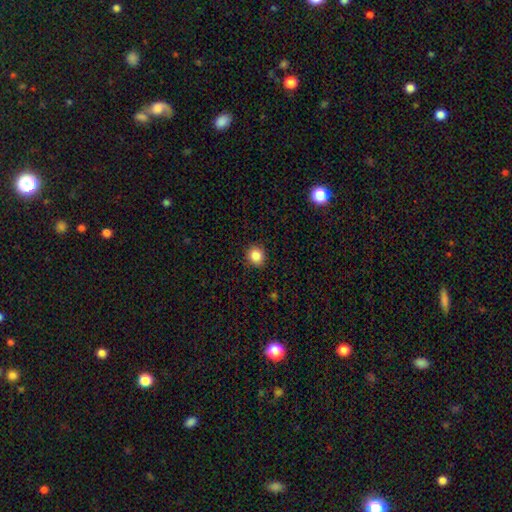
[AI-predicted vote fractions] A smooth galaxy with no disk features (87%) that is round (78%). Merging: none (88%).